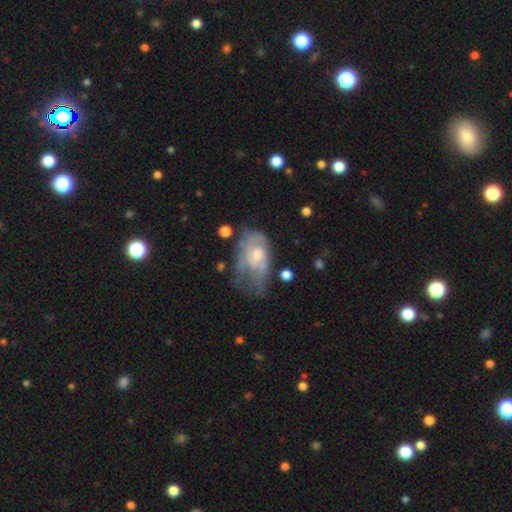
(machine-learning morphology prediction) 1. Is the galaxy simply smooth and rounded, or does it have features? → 57% featured or disk, 36% smooth, 8% star or artifact.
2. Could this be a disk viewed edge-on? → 95% no, 5% yes.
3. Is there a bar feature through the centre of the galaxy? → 78% no, 20% weak, 3% strong.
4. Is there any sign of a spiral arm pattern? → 52% no, 48% yes.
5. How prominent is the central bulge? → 48% moderate, 27% small, 12% large, 11% none, 2% dominant.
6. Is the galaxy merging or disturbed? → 38% major disturbance, 29% minor disturbance, 28% none, 5% merger.